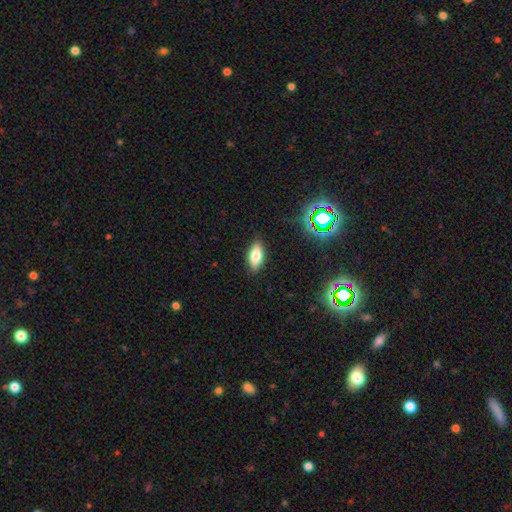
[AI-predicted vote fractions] smooth 70%, featured or disk 20%, star or artifact 10%. Down the decision tree: how rounded — in between (80%); merging — none (87%).